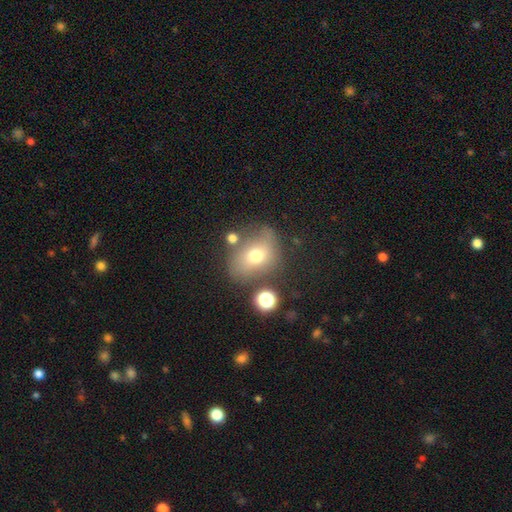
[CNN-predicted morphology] This is likely a smooth galaxy (63%). How rounded: possibly in between (57%). Merging: likely none (62%).